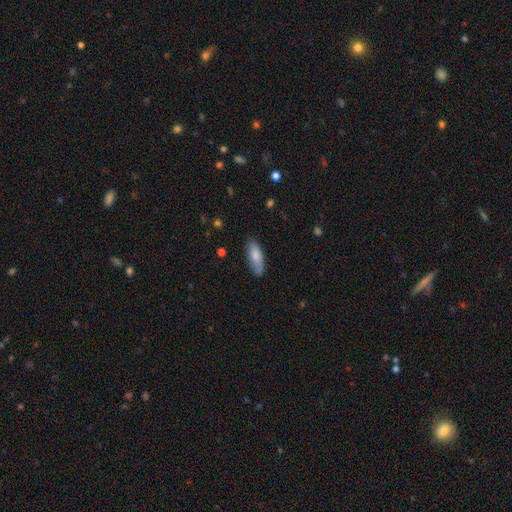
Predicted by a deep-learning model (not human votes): Overall: smooth (79%). How rounded: in between (68%; cigar-shaped 30%). Merging: none (78%).